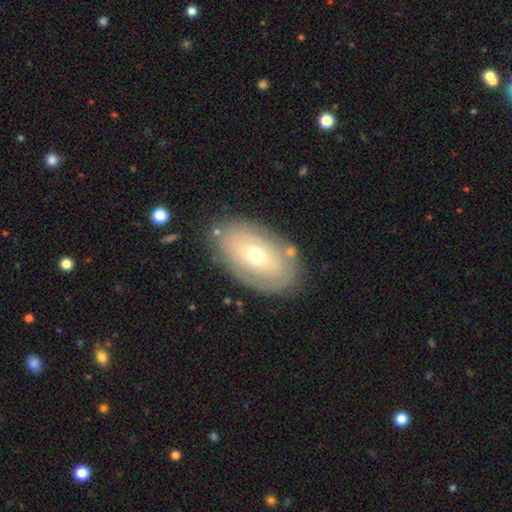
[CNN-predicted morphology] Smooth or featured? Predicted: featured or disk (p=0.47). Merging? Predicted: none (p=0.78).